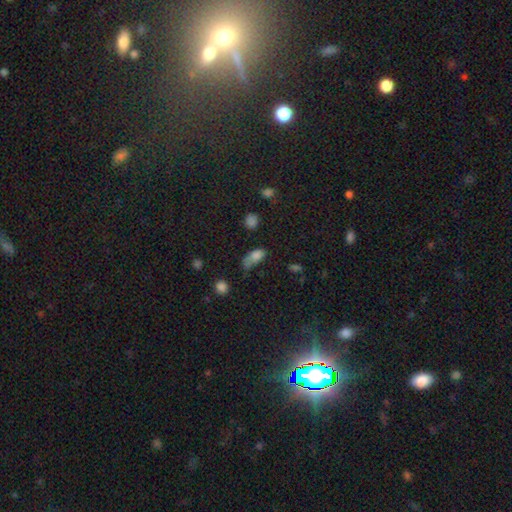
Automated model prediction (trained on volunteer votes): smooth 76%, star or artifact 13%, featured or disk 11%. Down the decision tree: how rounded — in between (81%); merging — minor disturbance (36%).